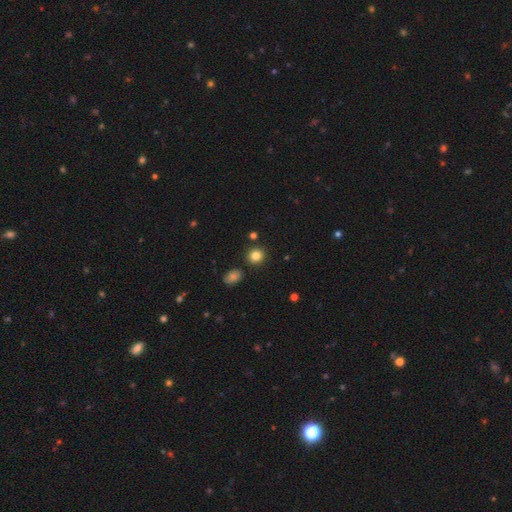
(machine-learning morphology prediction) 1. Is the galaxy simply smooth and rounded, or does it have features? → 83% smooth, 12% star or artifact, 6% featured or disk.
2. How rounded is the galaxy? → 83% round, 16% in between, 1% cigar-shaped.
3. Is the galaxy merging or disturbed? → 87% none, 7% minor disturbance, 4% merger, 2% major disturbance.